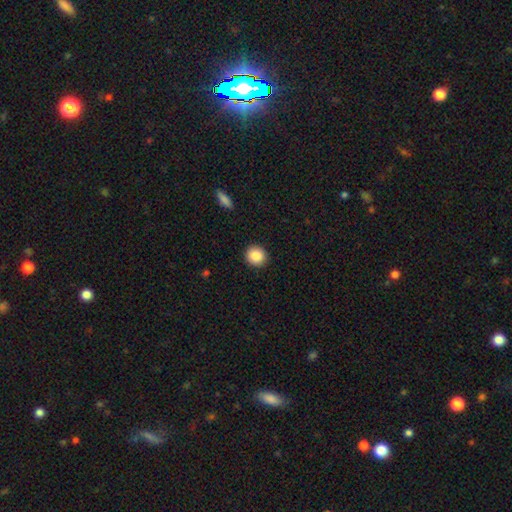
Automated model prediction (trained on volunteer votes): Morphology: type=smooth (84%); roundness=round (91%); merging=none (92%).